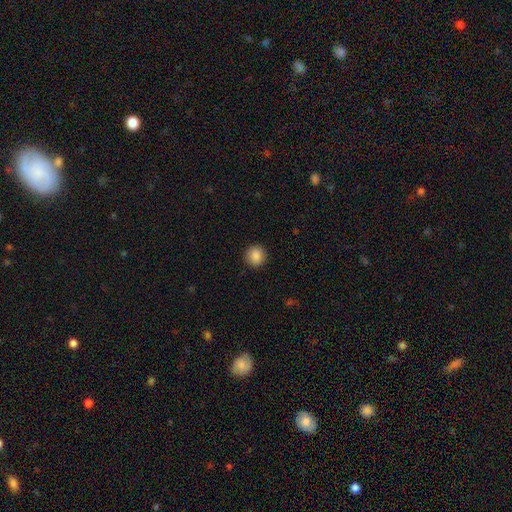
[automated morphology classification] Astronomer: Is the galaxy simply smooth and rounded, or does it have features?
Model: smooth — 88%.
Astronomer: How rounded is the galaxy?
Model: round — 92%.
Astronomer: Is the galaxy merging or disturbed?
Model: none — 91%.